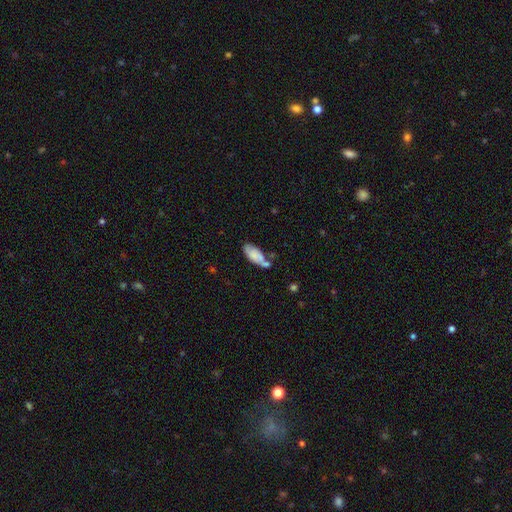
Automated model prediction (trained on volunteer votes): The model was most divided on "merging": none: 41%, merger: 26%, minor disturbance: 24%, major disturbance: 9%. More confident: how rounded — in between (83%); smooth or featured — smooth (73%).